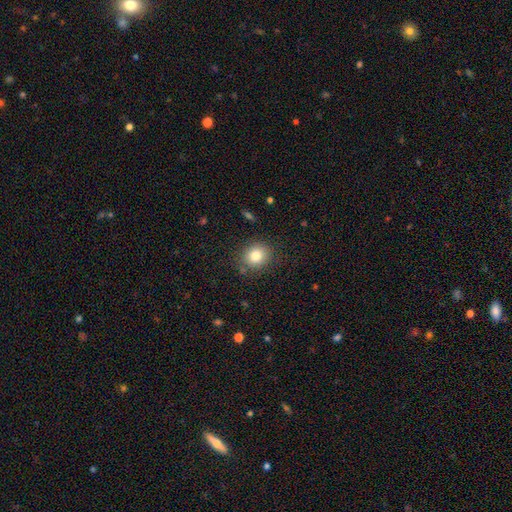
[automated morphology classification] A smooth galaxy with no disk features (82%) that is round (73%).

Vote fractions:
- Smooth or featured? smooth: 82% / star or artifact: 10% / featured or disk: 8%
- How rounded? round: 73% / in between: 26% / cigar-shaped: 1%
- Merging? none: 84% / minor disturbance: 11% / major disturbance: 3% / merger: 2%